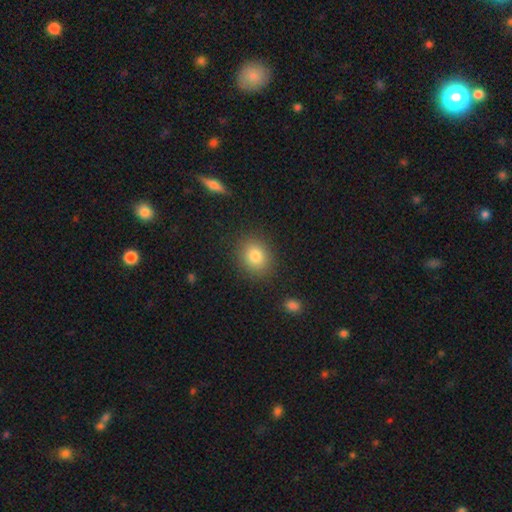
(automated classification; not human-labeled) A smooth galaxy with no disk features (83%) that is round (65%). Merging: none (86%).